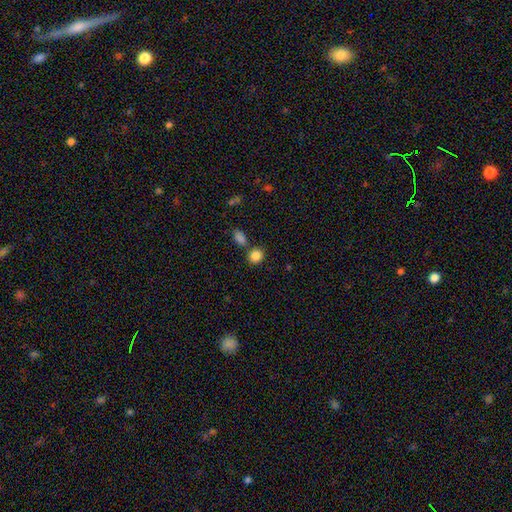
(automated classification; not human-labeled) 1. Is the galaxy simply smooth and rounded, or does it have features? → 86% smooth, 9% star or artifact, 4% featured or disk.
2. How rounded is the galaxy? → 78% round, 21% in between, 1% cigar-shaped.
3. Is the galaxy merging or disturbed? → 72% none, 16% merger, 9% minor disturbance, 3% major disturbance.